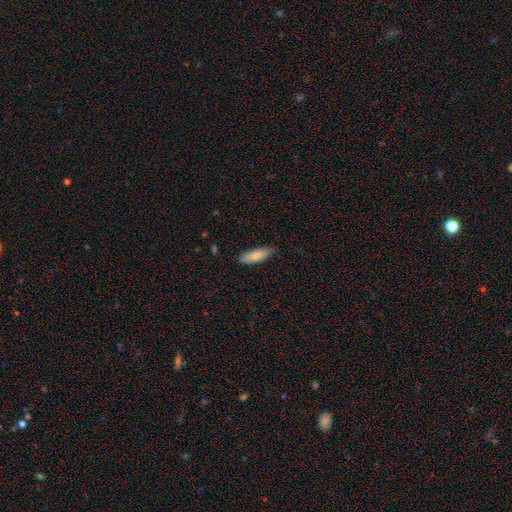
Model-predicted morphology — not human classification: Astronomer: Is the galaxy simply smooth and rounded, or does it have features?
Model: smooth — 80%.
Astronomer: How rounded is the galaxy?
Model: in between — 57% (runner-up: cigar-shaped, 41%).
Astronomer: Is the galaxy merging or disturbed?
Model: none — 84%.